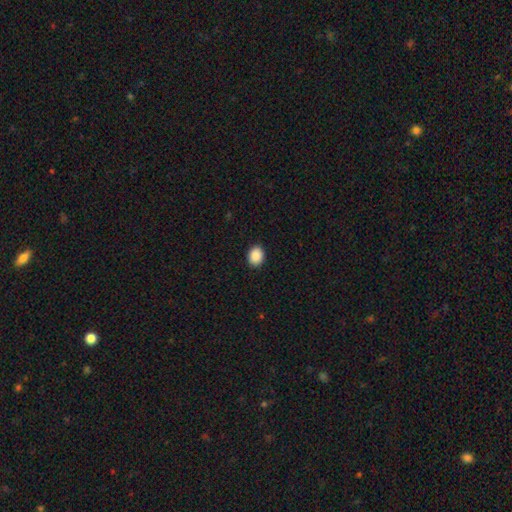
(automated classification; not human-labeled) This appears to be a smooth galaxy with no disk features (90%) that is in between round and cigar-shaped (55%). Merging: none (91%).